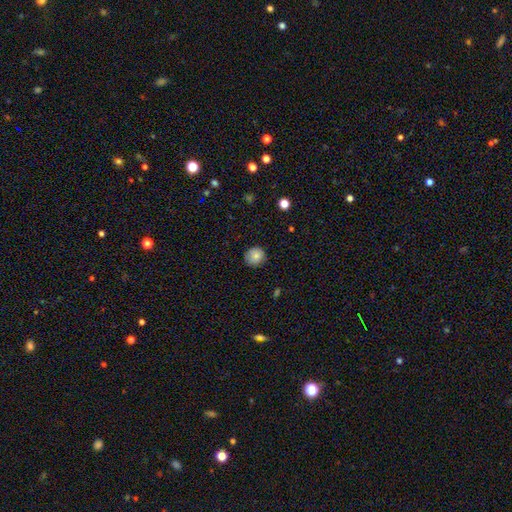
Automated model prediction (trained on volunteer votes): smooth 82%, star or artifact 9%, featured or disk 9%. Down the decision tree: how rounded — round (89%); merging — none (83%).